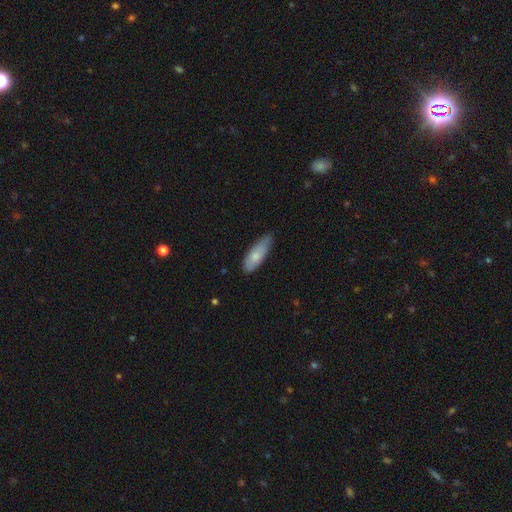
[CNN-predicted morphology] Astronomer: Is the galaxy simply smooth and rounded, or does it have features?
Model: smooth — 76%.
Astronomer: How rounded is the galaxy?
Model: in between — 62%.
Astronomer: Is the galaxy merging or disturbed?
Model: none — 62%.